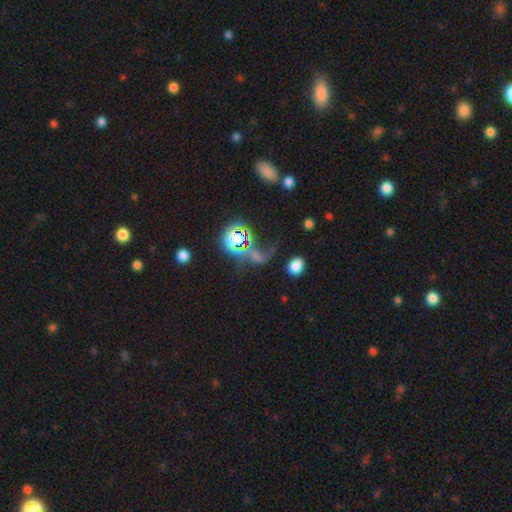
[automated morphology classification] star or artifact 50%, smooth 26%, featured or disk 24%.